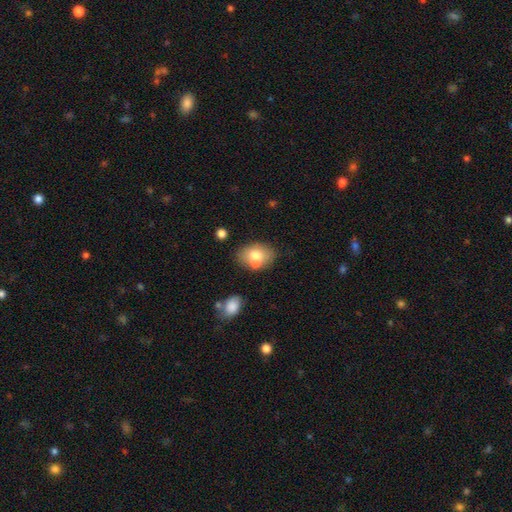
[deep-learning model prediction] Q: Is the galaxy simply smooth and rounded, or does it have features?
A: smooth — 70%.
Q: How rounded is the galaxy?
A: in between — 75%.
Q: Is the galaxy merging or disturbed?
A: none — 58%.